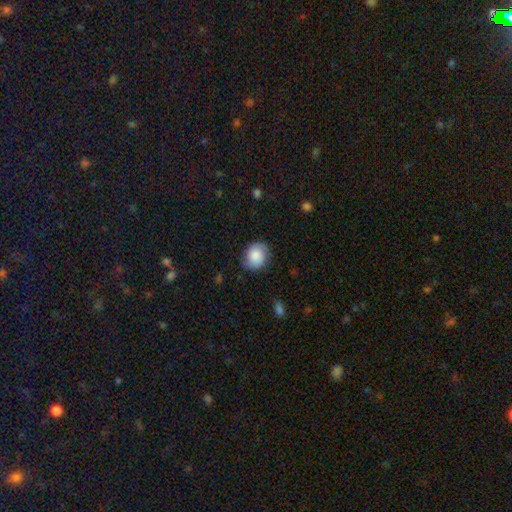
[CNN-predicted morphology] A smooth galaxy with no disk features (73%) that is round (61%).

Vote fractions:
- Smooth or featured? smooth: 73% / featured or disk: 19% / star or artifact: 8%
- How rounded? round: 61% / in between: 38% / cigar-shaped: 1%
- Merging? none: 76% / minor disturbance: 18% / major disturbance: 5% / merger: 1%